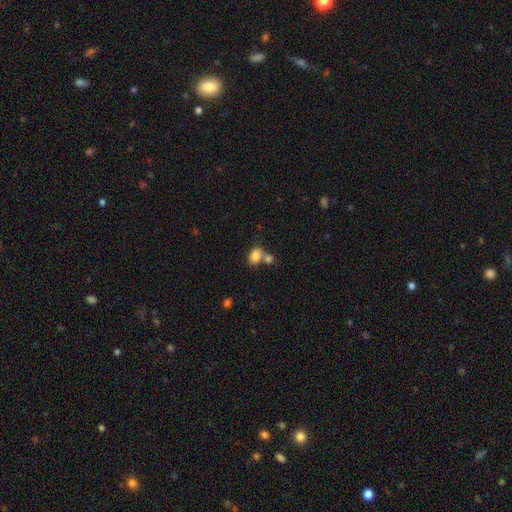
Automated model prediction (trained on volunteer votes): Overall: smooth (83%). How rounded: in between (66%; round 33%). Merging: none (44%; merger 41%).